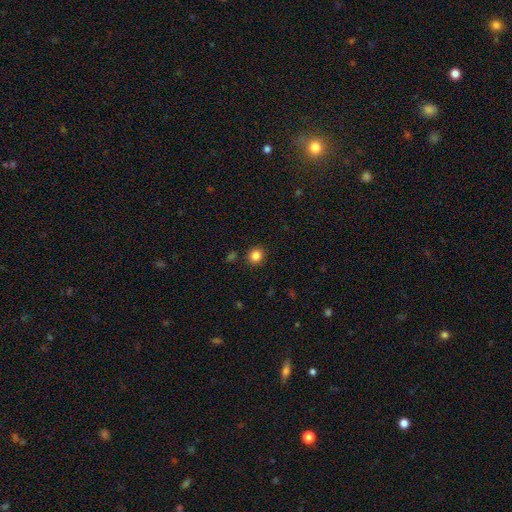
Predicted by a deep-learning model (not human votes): Morphology: type=smooth (85%); roundness=round (84%); merging=none (89%).